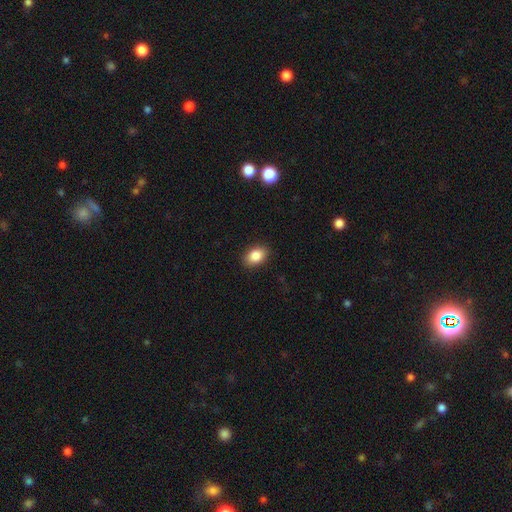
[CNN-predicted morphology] Smooth or featured? smooth (85%)
How rounded? in between (79%)
Merging? none (89%)